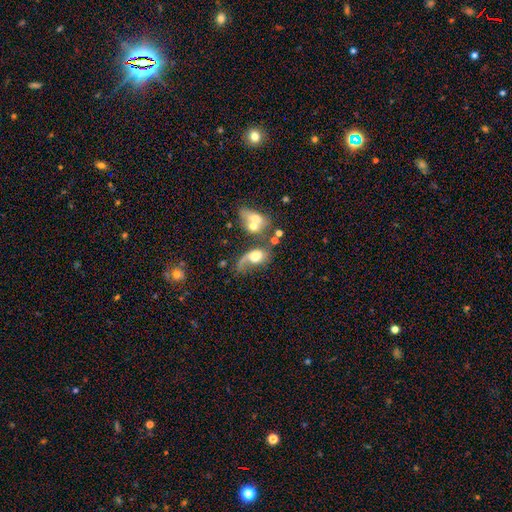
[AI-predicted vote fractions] smooth-or-featured: featured or disk: 49% | smooth: 41% | star or artifact: 10%
  merging: merger: 40% | major disturbance: 28% | none: 20% | minor disturbance: 12%